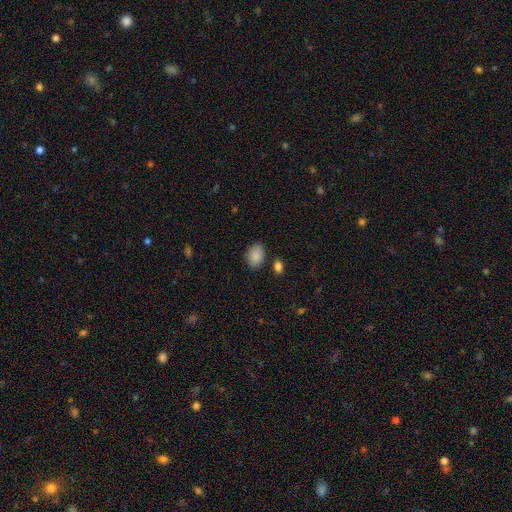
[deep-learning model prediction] Q: Smooth or featured?
A: smooth (88%); runner-up: star or artifact (7%)
Q: How rounded?
A: in between (81%); runner-up: round (17%)
Q: Merging?
A: none (81%); runner-up: minor disturbance (13%)